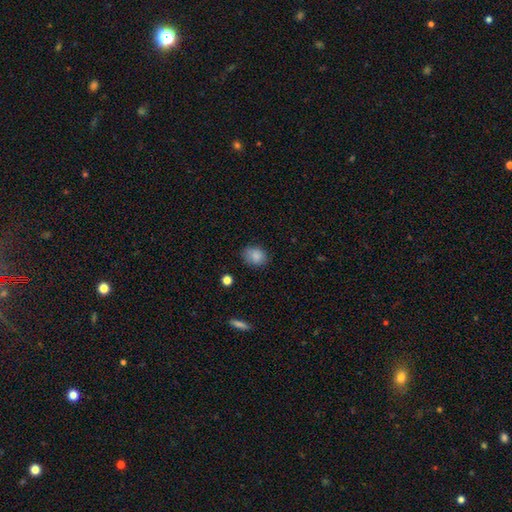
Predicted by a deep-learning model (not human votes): Smooth or featured? smooth (86%)
How rounded? in between (57%)
Merging? none (79%)